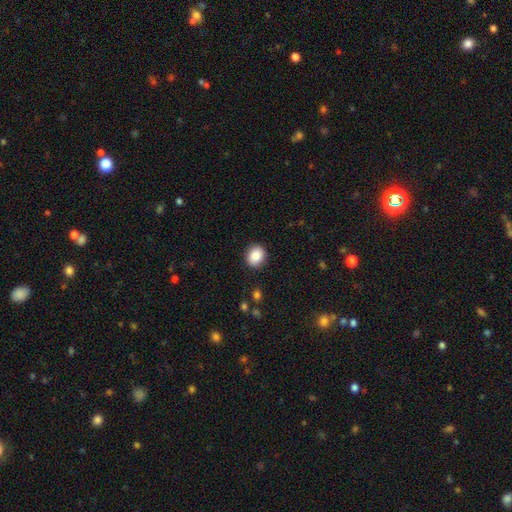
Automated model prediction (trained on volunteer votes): A smooth galaxy with no disk features (87%) that is round (67%).

Vote fractions:
- Smooth or featured? smooth: 87% / star or artifact: 8% / featured or disk: 5%
- How rounded? round: 67% / in between: 32% / cigar-shaped: 1%
- Merging? none: 90% / minor disturbance: 7% / major disturbance: 2% / merger: 1%